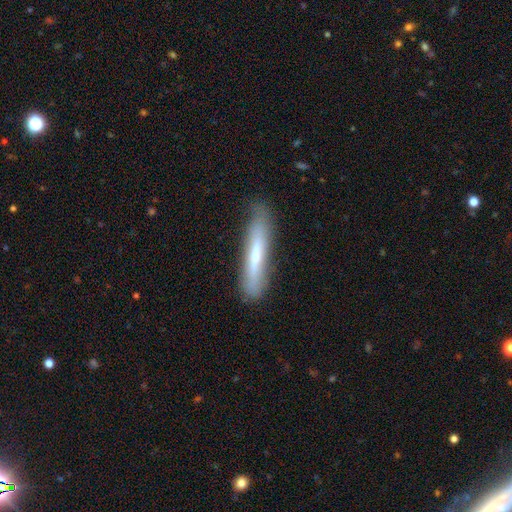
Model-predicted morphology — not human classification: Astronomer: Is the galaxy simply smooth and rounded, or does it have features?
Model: smooth — 58% (runner-up: featured or disk, 36%).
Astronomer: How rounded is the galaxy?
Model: cigar-shaped — 91%.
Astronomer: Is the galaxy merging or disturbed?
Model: none — 76%.